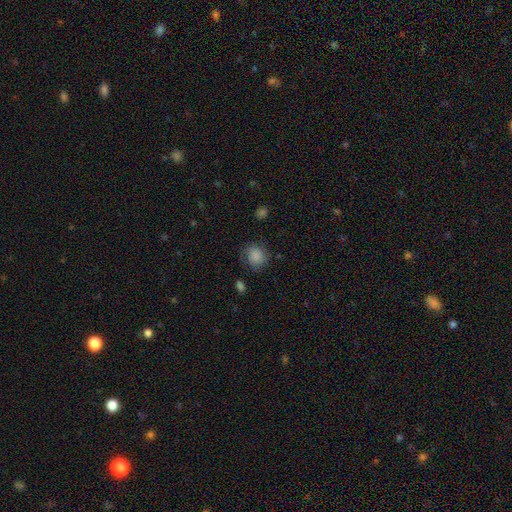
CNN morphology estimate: smooth_or_featured: smooth (p=0.83) [alt: star or artifact p=0.08]
how_rounded: round (p=0.79) [alt: in between p=0.20]
merging: none (p=0.71) [alt: minor disturbance p=0.20]